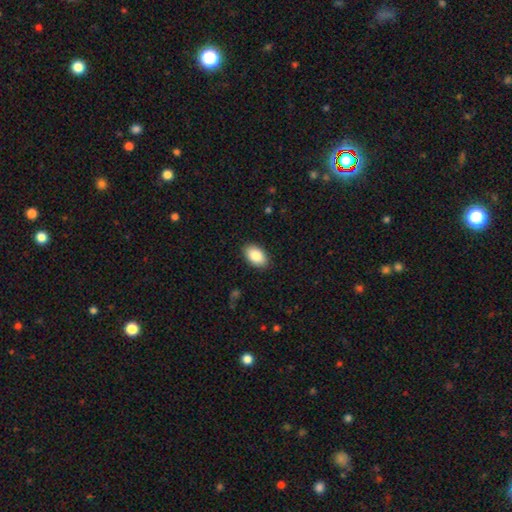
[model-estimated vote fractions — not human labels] Overall: smooth (86%). How rounded: in between (93%). Merging: none (89%).